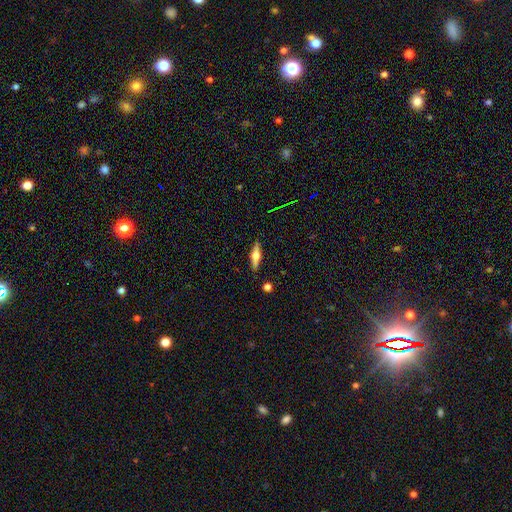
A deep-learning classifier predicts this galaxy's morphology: The model was most divided on "smooth or featured": featured or disk: 60%, smooth: 33%, star or artifact: 7%. More confident: edge-on disk — yes (95%); edge-on bulge — rounded (93%); merging — none (89%).